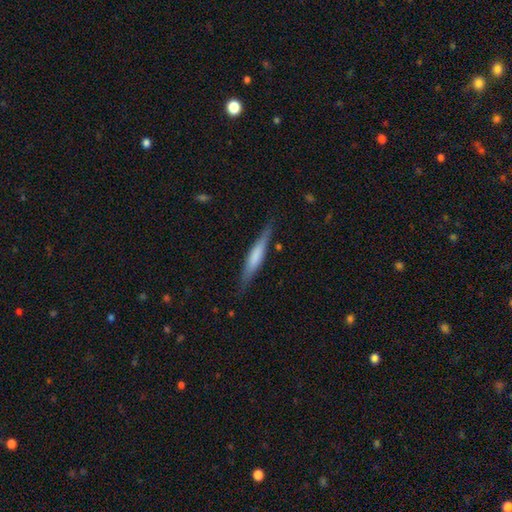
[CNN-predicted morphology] A smooth galaxy with no disk features (55%) that is cigar-shaped (91%).

Vote fractions:
- Smooth or featured? smooth: 55% / featured or disk: 40% / star or artifact: 6%
- How rounded? cigar-shaped: 91% / in between: 8% / round: 1%
- Merging? none: 84% / minor disturbance: 12% / major disturbance: 2% / merger: 1%